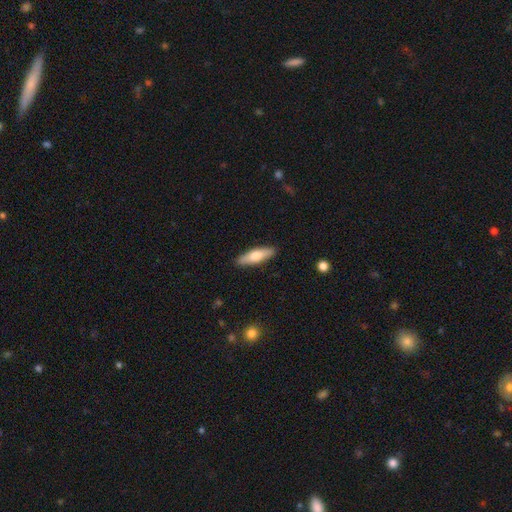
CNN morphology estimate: Smooth or featured? Predicted: smooth (p=0.62). How rounded? Predicted: cigar-shaped (p=0.59). Merging? Predicted: none (p=0.90).